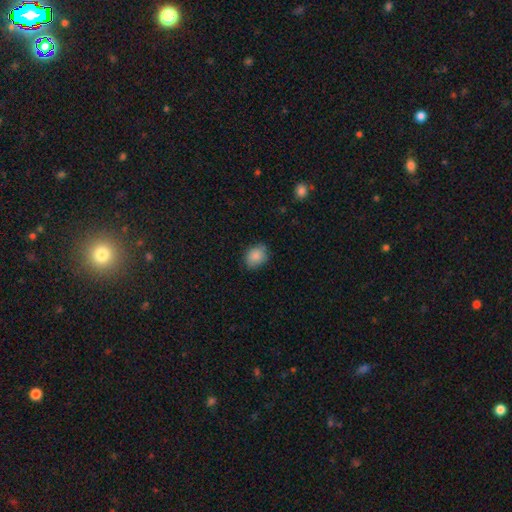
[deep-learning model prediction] This appears to be a smooth galaxy with no disk features (87%) that is round (51%). Merging: none (78%).